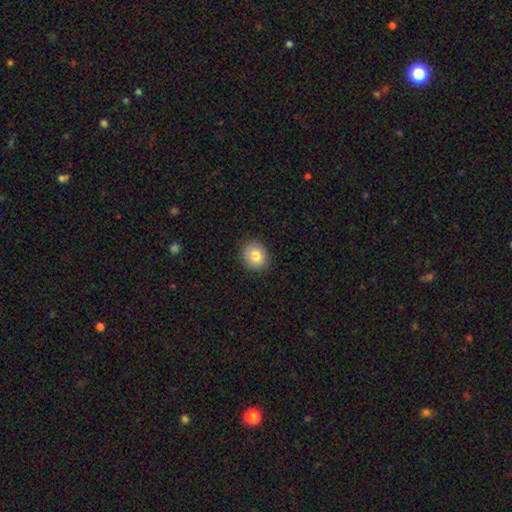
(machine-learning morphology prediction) smooth_or_featured: smooth (p=0.84) [alt: star or artifact p=0.09]
how_rounded: round (p=0.64) [alt: in between p=0.35]
merging: none (p=0.89) [alt: minor disturbance p=0.08]